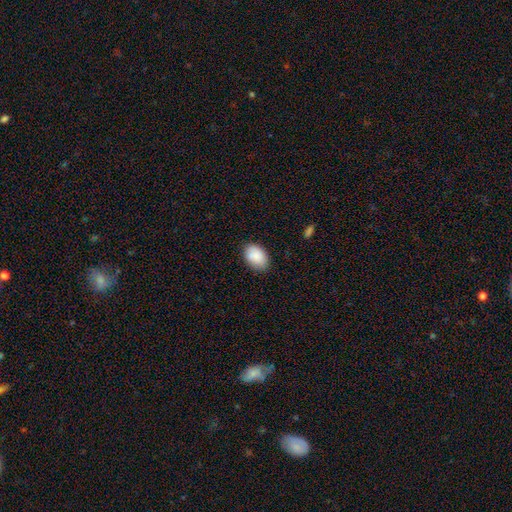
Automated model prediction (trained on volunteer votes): Smooth or featured?
  - smooth: 89% *
  - star or artifact: 6%
  - featured or disk: 5%
How rounded?
  - in between: 86% *
  - round: 13%
  - cigar-shaped: 1%
Merging?
  - none: 83% *
  - minor disturbance: 13%
  - major disturbance: 3%
  - merger: 1%